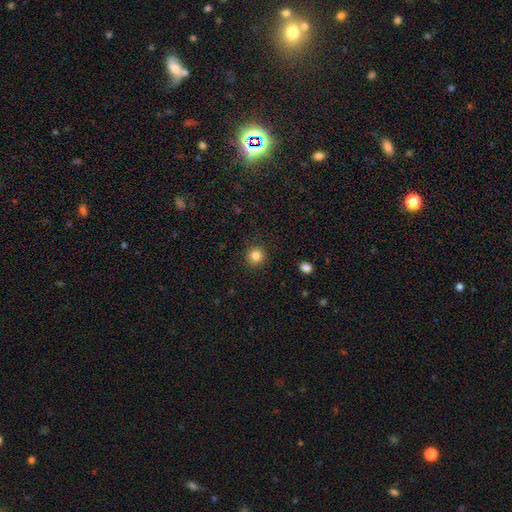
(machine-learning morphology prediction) Q: Smooth or featured?
A: smooth (84%); runner-up: star or artifact (11%)
Q: How rounded?
A: round (93%); runner-up: in between (7%)
Q: Merging?
A: none (91%); runner-up: minor disturbance (6%)